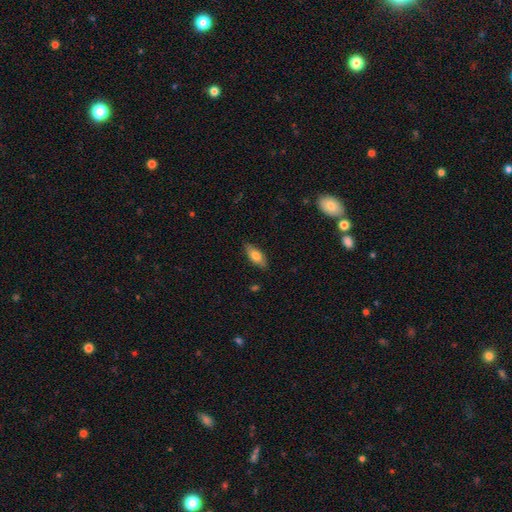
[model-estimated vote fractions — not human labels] Smooth or featured? smooth (73%)
How rounded? in between (81%)
Merging? none (85%)